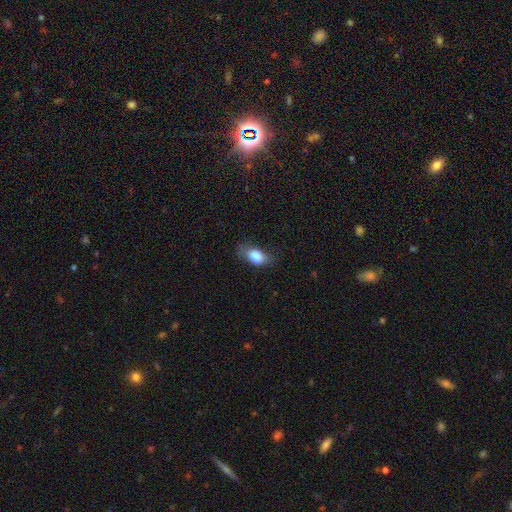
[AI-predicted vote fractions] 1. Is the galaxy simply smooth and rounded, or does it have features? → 79% smooth, 13% featured or disk, 8% star or artifact.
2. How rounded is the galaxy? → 86% in between, 10% round, 4% cigar-shaped.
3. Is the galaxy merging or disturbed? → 56% none, 29% minor disturbance, 13% major disturbance, 1% merger.